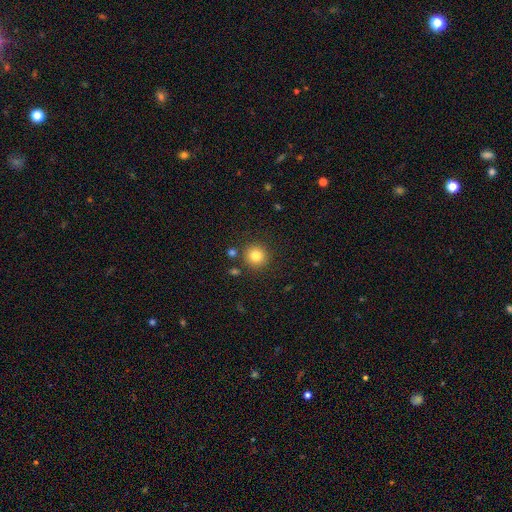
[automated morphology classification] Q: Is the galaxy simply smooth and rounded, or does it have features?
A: smooth — 82%.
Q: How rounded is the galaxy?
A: round — 94%.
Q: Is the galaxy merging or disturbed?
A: none — 87%.